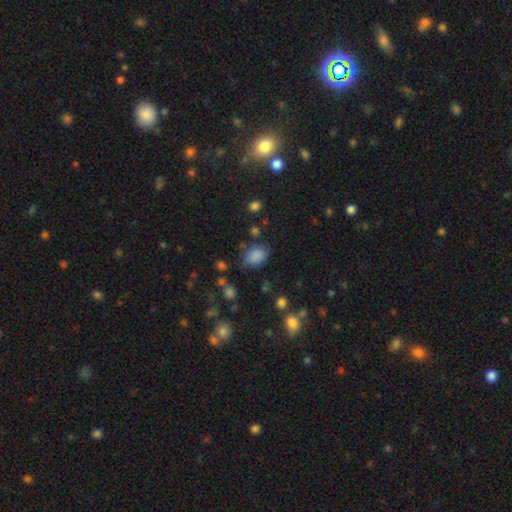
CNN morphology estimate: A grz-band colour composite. It shows a smooth galaxy with no disk features (83%) that is in between round and cigar-shaped (70%). Merging: none (69%).